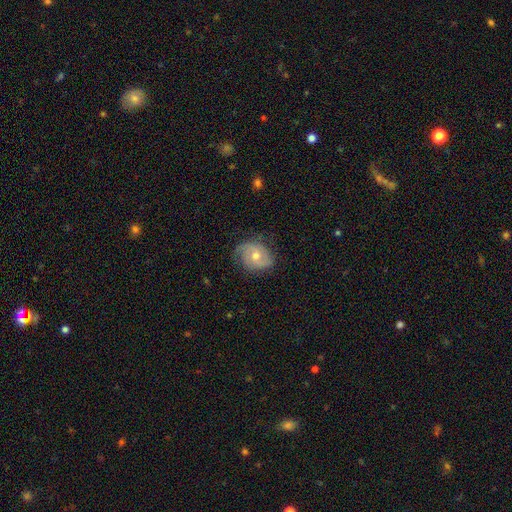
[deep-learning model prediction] A featured or disk galaxy (71%) with no bar (69%), 2 (57%) tight (43%) spiral arms (90%) and a moderate central bulge (65%).

Vote fractions:
- Smooth or featured? featured or disk: 71% / smooth: 22% / star or artifact: 8%
- Edge-on disk? no: 97% / yes: 3%
- Bar? no: 69% / weak: 26% / strong: 5%
- Spiral arms? yes: 90% / no: 10%
- Spiral winding? tight: 43% / medium: 40% / loose: 17%
- Spiral arm count? 2: 57% / can't tell: 20% / 3: 13% / 1: 5% / 4: 3% / more than 4: 3%
- Bulge size? moderate: 65% / small: 31% / large: 2% / none: 1% / dominant: 1%
- Merging? none: 72% / minor disturbance: 20% / major disturbance: 6% / merger: 1%